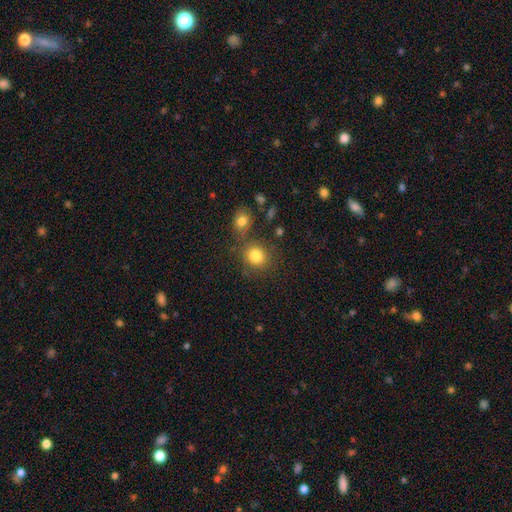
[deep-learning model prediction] Q: Smooth or featured?
A: smooth (82%); runner-up: star or artifact (11%)
Q: How rounded?
A: round (81%); runner-up: in between (18%)
Q: Merging?
A: none (72%); runner-up: merger (14%)